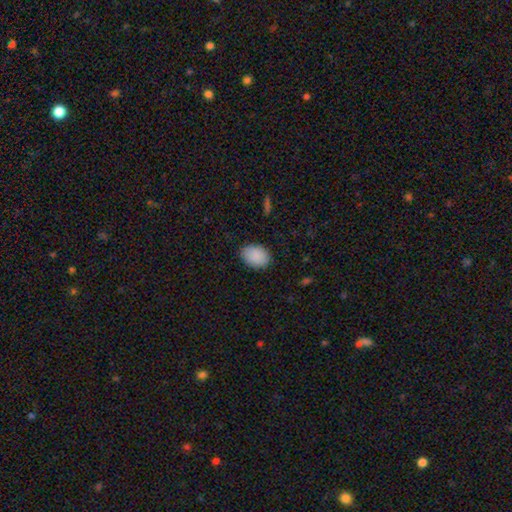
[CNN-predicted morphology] Overall: smooth (90%). How rounded: in between (74%). Merging: none (86%).